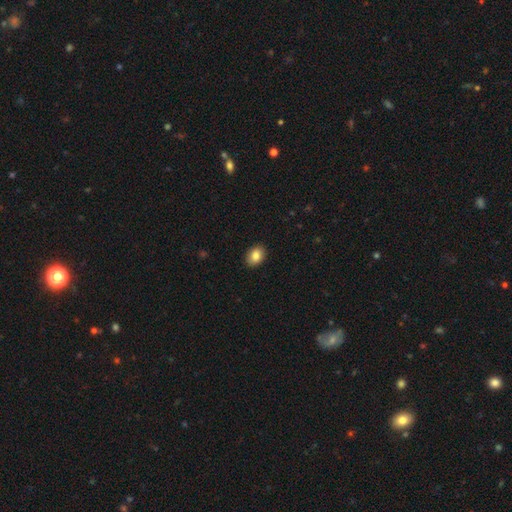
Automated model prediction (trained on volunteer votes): This is clearly a smooth galaxy (86%). How rounded: likely in between (76%). Merging: clearly none (90%).